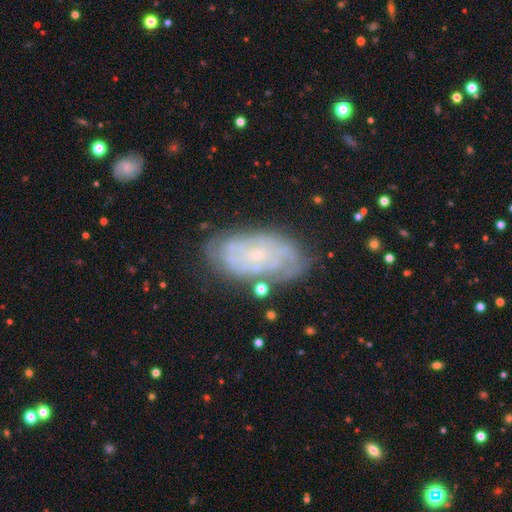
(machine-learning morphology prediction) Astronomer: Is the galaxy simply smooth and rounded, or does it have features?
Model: featured or disk — 69%.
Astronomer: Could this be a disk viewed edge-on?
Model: no — 94%.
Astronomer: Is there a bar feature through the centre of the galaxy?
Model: no — 72%.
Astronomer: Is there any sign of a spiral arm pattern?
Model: yes — 83%.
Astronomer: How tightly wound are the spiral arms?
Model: tight — 69%.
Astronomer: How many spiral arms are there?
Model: can't tell — 55%.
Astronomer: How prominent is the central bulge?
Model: small — 75%.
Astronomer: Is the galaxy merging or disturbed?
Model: none — 72%.